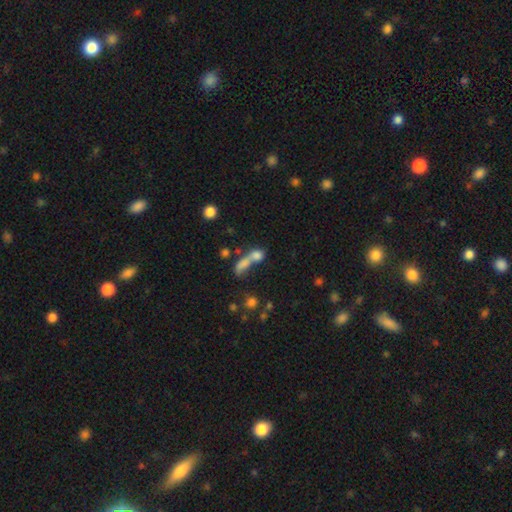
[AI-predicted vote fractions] Smooth or featured: smooth — 71% (featured or disk — 15%)
How rounded: in between — 48% (round — 34%)
Merging: merger — 60% (none — 25%)